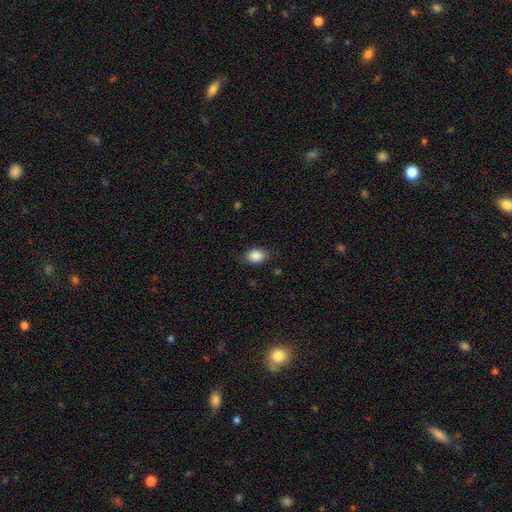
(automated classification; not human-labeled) Smooth or featured: smooth — 88% (star or artifact — 8%)
How rounded: in between — 75% (round — 24%)
Merging: none — 82% (minor disturbance — 14%)